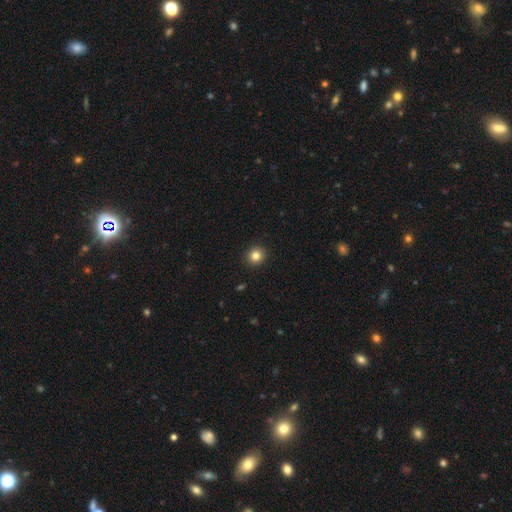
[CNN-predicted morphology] type=smooth (83%); roundness=round (90%); merging=none (93%).